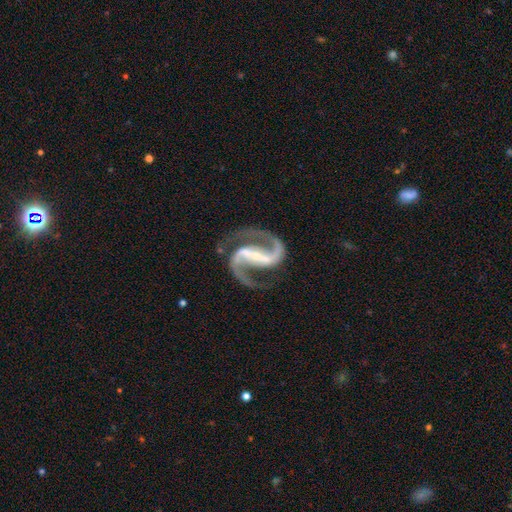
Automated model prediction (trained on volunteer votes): Smooth or featured? Predicted: featured or disk (p=0.94). Edge-on disk? Predicted: no (p=0.98). Bar? Predicted: strong (p=0.75). Spiral arms? Predicted: yes (p=0.99). Spiral winding? Predicted: medium (p=0.66). Spiral arm count? Predicted: 2 (p=0.95). Bulge size? Predicted: small (p=0.71). Merging? Predicted: none (p=0.81).